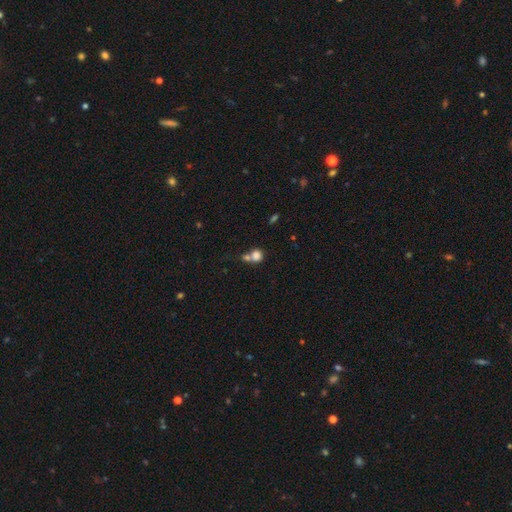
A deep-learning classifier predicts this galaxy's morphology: smooth-or-featured: smooth: 79% | star or artifact: 11% | featured or disk: 9%
  how-rounded: round: 75% | in between: 24% | cigar-shaped: 1%
  merging: merger: 50% | none: 36% | minor disturbance: 8% | major disturbance: 5%